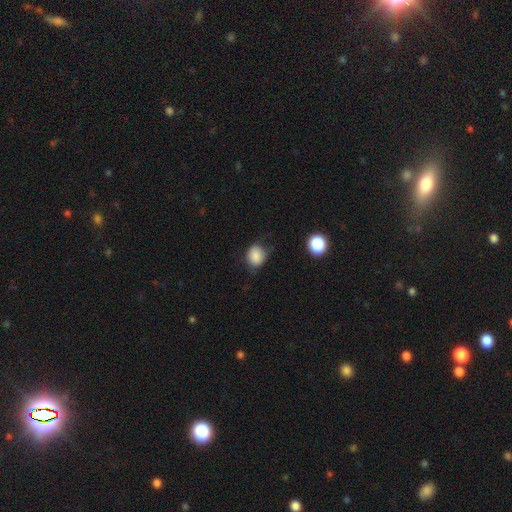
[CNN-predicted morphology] smooth_or_featured: smooth (p=0.85) [alt: star or artifact p=0.10]
how_rounded: round (p=0.65) [alt: in between p=0.34]
merging: none (p=0.68) [alt: minor disturbance p=0.24]